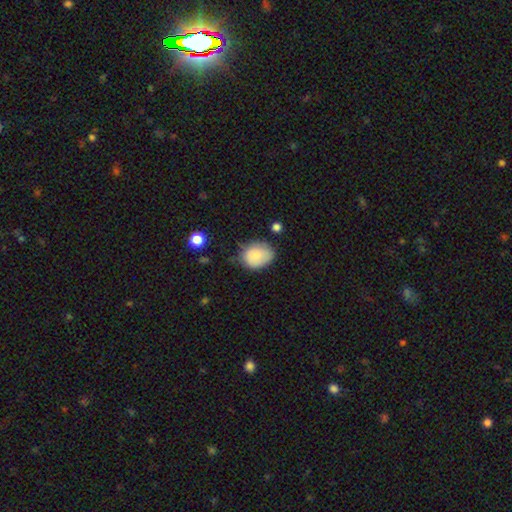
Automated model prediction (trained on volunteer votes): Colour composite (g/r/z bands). It shows a smooth galaxy with no disk features (81%) that is in between round and cigar-shaped (55%). Merging: none (59%).